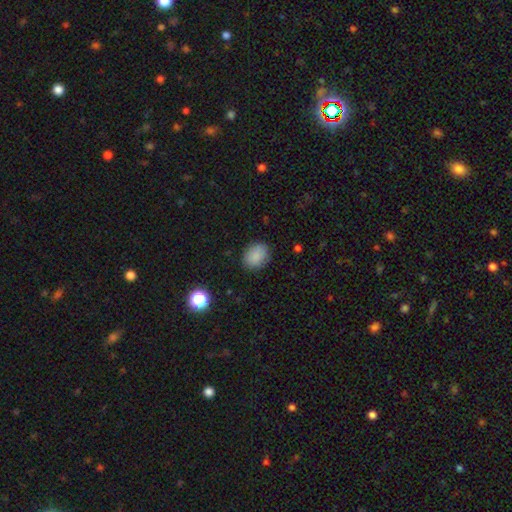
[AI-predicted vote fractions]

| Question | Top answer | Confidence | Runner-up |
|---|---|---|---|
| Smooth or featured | smooth | 87% | star or artifact (9%) |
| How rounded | in between | 57% | round (42%) |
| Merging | none | 85% | minor disturbance (11%) |